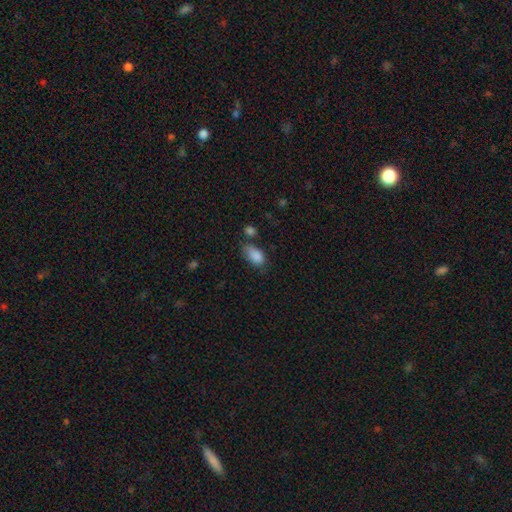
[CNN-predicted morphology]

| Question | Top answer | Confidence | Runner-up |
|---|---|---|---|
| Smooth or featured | smooth | 86% | star or artifact (8%) |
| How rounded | in between | 90% | round (7%) |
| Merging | none | 48% | minor disturbance (31%) |